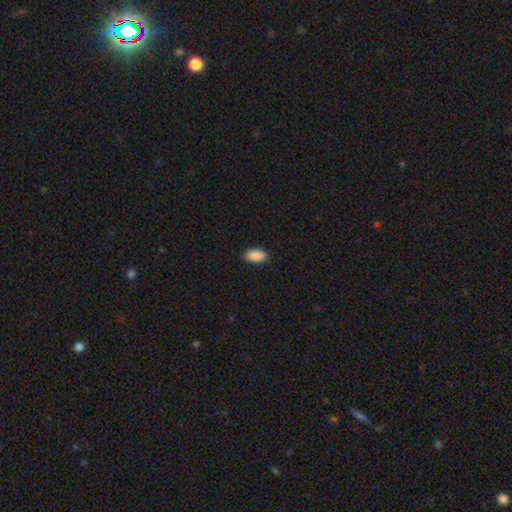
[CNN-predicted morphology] type=smooth (91%); roundness=in between (93%); merging=none (89%).